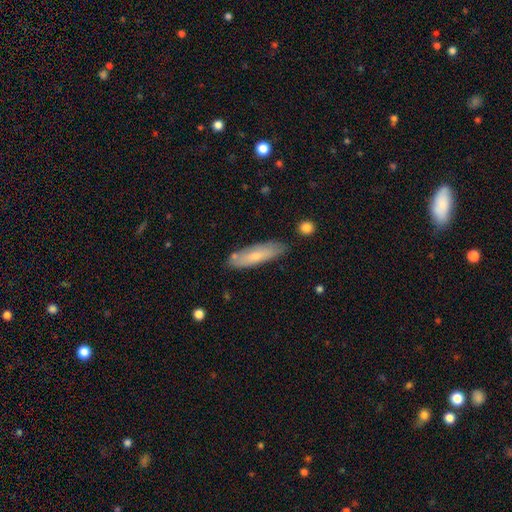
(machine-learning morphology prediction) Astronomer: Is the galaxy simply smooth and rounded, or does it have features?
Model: smooth — 66%.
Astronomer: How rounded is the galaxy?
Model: cigar-shaped — 65%.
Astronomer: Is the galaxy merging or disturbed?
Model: none — 78%.